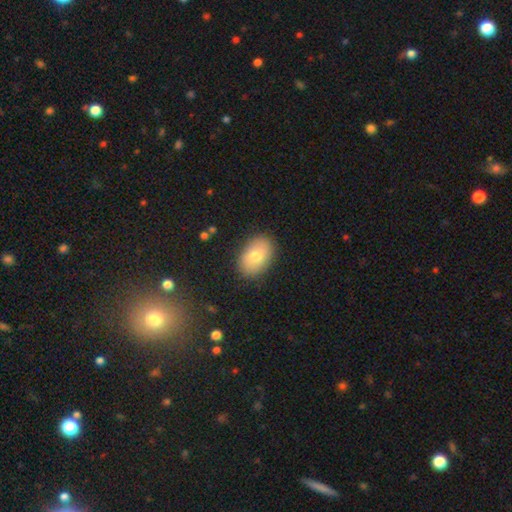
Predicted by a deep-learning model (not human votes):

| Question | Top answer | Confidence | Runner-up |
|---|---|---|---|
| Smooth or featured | smooth | 76% | featured or disk (17%) |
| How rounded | in between | 86% | round (13%) |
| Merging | none | 86% | minor disturbance (10%) |